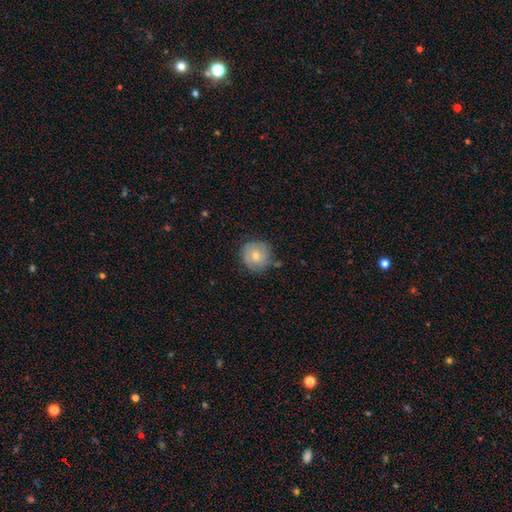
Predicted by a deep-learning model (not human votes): Smooth or featured? Predicted: smooth (p=0.60). How rounded? Predicted: round (p=0.91). Merging? Predicted: none (p=0.69).